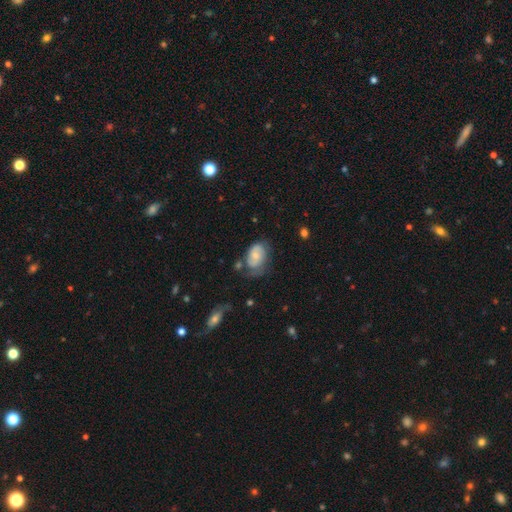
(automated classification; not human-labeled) Smooth or featured?
  - smooth: 47% *
  - featured or disk: 45%
  - star or artifact: 7%
Merging?
  - none: 38% *
  - minor disturbance: 31%
  - major disturbance: 24%
  - merger: 7%